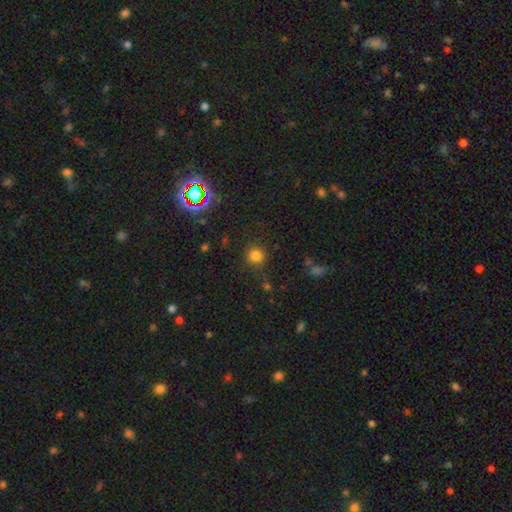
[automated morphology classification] Q: Smooth or featured?
A: smooth (79%); runner-up: star or artifact (16%)
Q: How rounded?
A: round (93%); runner-up: in between (6%)
Q: Merging?
A: none (85%); runner-up: minor disturbance (9%)